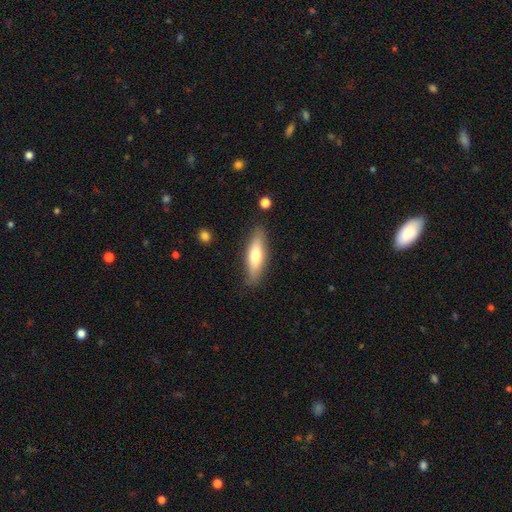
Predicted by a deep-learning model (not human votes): smooth-or-featured: smooth: 65% | featured or disk: 30% | star or artifact: 6%
  how-rounded: cigar-shaped: 62% | in between: 37% | round: 2%
  merging: none: 84% | minor disturbance: 12% | major disturbance: 3% | merger: 2%